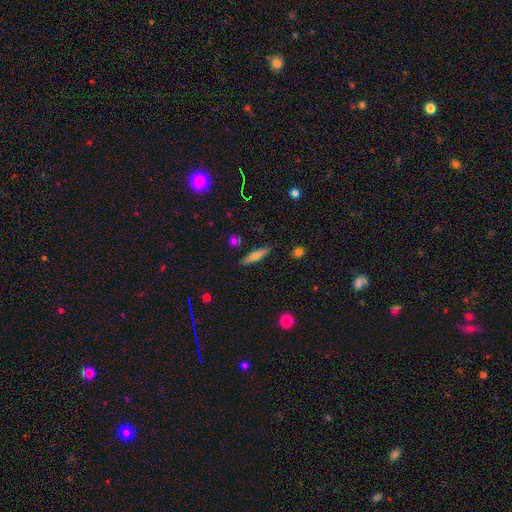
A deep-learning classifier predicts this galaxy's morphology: Smooth or featured? Predicted: smooth (p=0.61). How rounded? Predicted: cigar-shaped (p=0.84). Merging? Predicted: none (p=0.87).